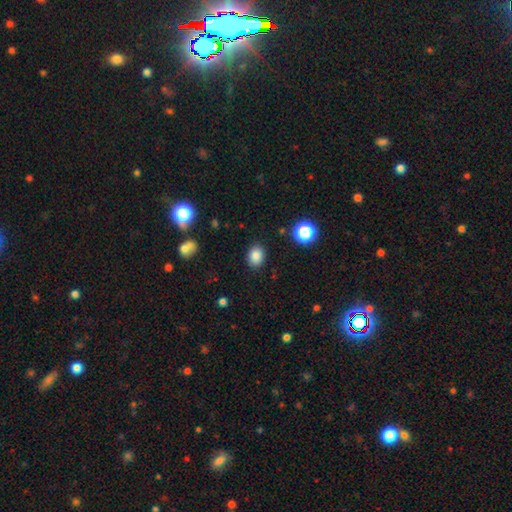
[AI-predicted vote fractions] The model was most divided on "how rounded": in between: 52%, round: 47%, cigar-shaped: 1%. More confident: merging — none (87%); smooth or featured — smooth (84%).